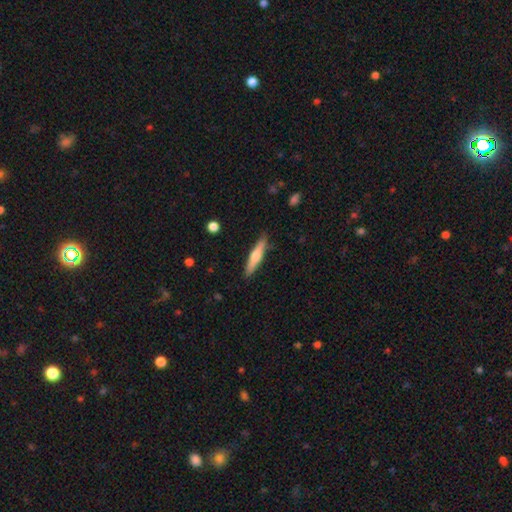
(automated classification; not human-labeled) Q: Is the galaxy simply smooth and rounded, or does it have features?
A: smooth — 53%.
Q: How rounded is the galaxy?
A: cigar-shaped — 88%.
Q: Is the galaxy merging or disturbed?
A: none — 89%.